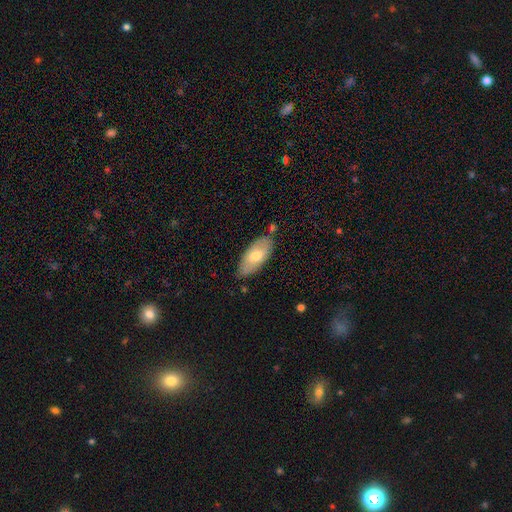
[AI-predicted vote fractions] Morphology: type=smooth (66%); roundness=in between (88%); merging=none (78%).